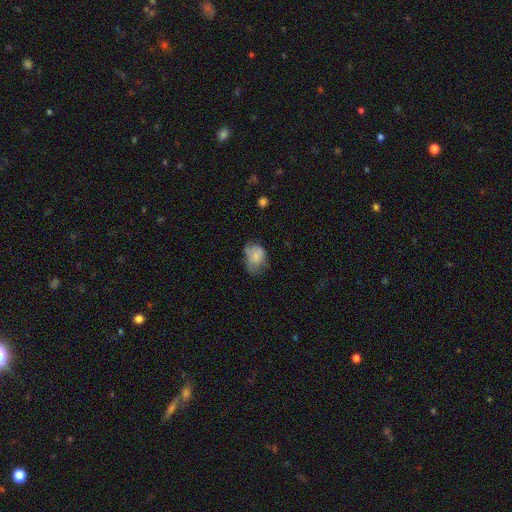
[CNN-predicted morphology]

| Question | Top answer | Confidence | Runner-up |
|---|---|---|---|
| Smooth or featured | smooth | 71% | featured or disk (19%) |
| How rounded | in between | 67% | round (32%) |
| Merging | minor disturbance | 36% | tied: none (36%) |